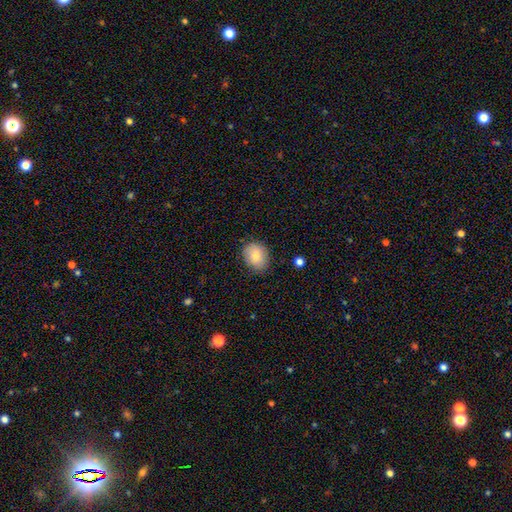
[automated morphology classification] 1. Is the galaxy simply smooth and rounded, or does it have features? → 79% smooth, 13% featured or disk, 8% star or artifact.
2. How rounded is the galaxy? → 51% in between, 48% round, 1% cigar-shaped.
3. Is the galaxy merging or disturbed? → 80% none, 16% minor disturbance, 3% major disturbance, 1% merger.